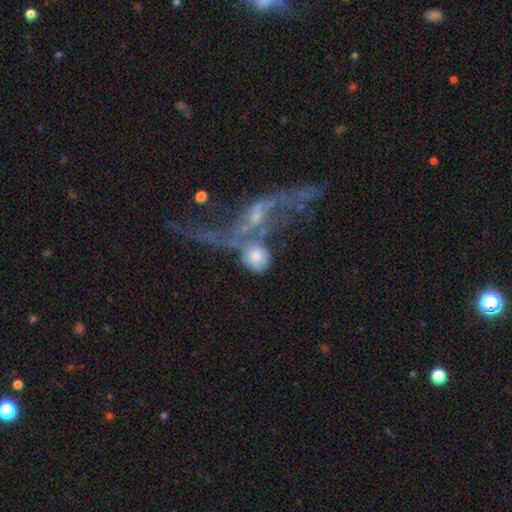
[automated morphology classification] The model was most divided on "smooth or featured": smooth: 58%, featured or disk: 32%, star or artifact: 10%. More confident: how rounded — round (63%); merging — merger (53%).